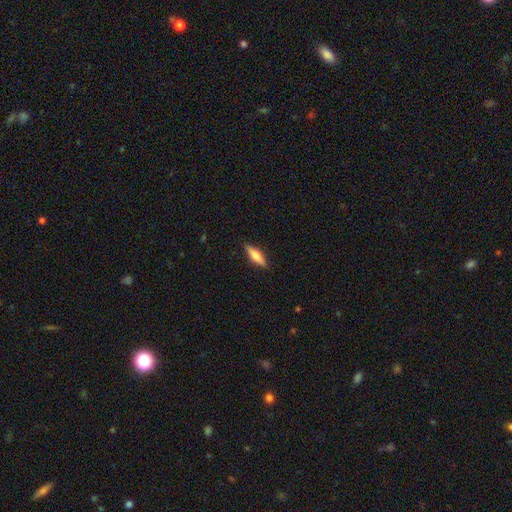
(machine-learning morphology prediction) The model was most divided on "smooth or featured": smooth: 55%, featured or disk: 39%, star or artifact: 6%. More confident: merging — none (89%); how rounded — cigar-shaped (64%).